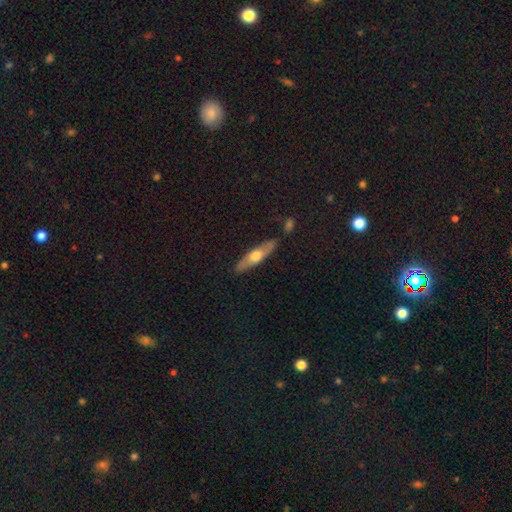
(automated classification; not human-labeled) Overall: featured or disk (50%; smooth 45%). Edge-on disk: yes (78%). Merging: none (84%).